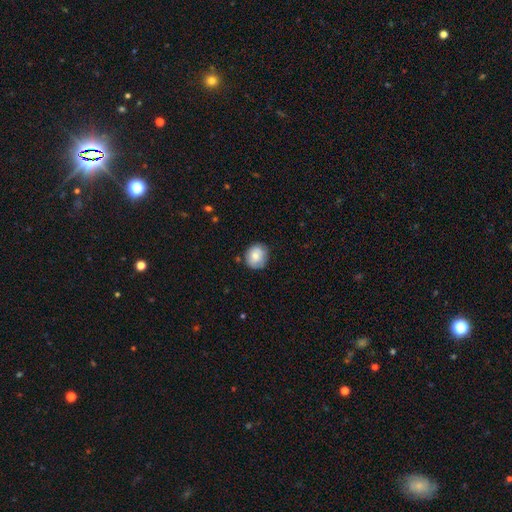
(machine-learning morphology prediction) Smooth or featured?
  - smooth: 74% *
  - featured or disk: 18%
  - star or artifact: 8%
How rounded?
  - round: 76% *
  - in between: 23%
  - cigar-shaped: 1%
Merging?
  - none: 76% *
  - minor disturbance: 19%
  - major disturbance: 3%
  - merger: 2%